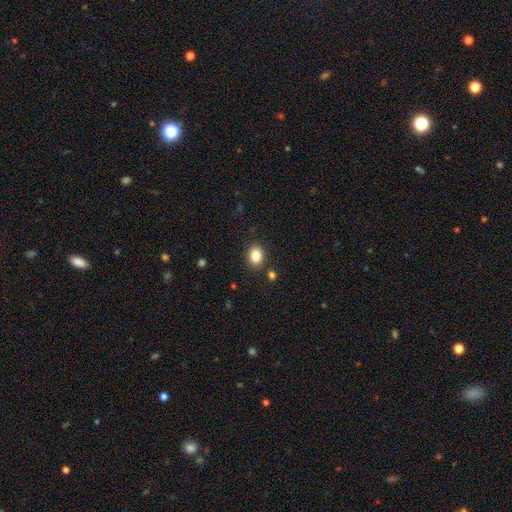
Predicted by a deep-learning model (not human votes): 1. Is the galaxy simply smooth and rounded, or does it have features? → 85% smooth, 10% star or artifact, 5% featured or disk.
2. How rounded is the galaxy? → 56% in between, 43% round, 1% cigar-shaped.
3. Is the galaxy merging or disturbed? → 87% none, 8% minor disturbance, 3% merger, 2% major disturbance.